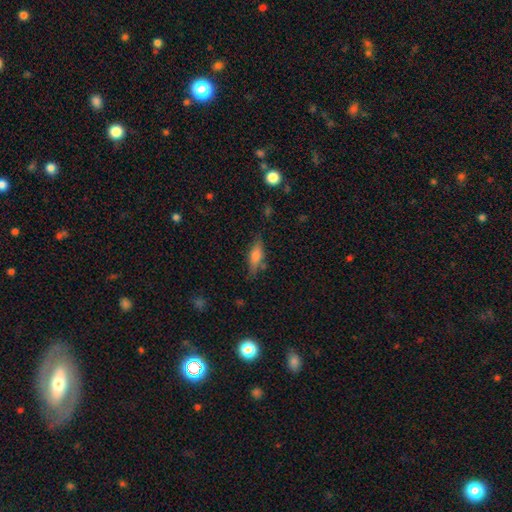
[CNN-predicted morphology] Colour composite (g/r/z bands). It shows a smooth galaxy with no disk features (63%) that is in between round and cigar-shaped (56%). Merging: none (71%).